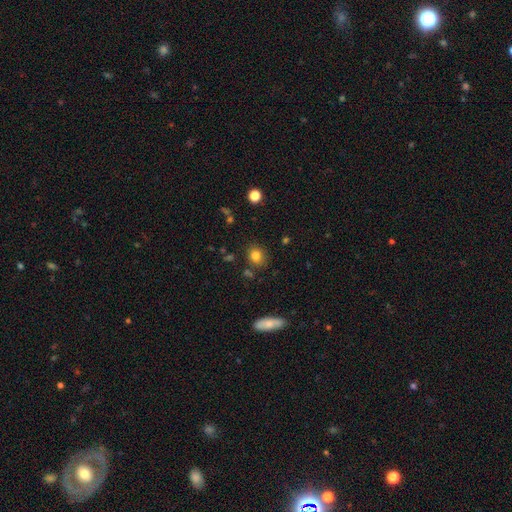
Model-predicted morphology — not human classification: The model was most divided on "how rounded": round: 69%, in between: 30%, cigar-shaped: 1%. More confident: merging — none (82%); smooth or featured — smooth (81%).